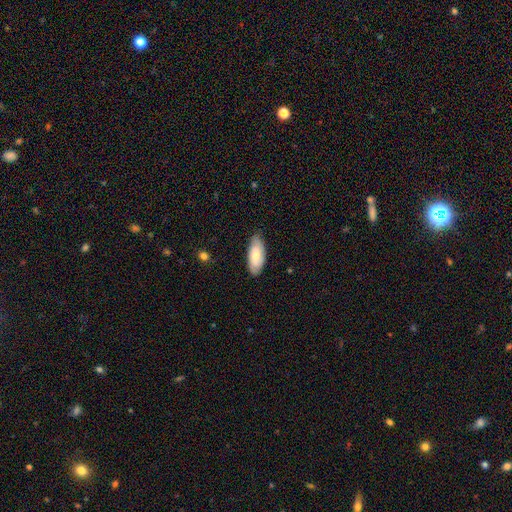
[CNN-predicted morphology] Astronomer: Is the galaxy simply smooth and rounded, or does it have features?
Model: smooth — 64%.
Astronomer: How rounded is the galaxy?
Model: in between — 84%.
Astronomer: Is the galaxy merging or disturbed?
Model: none — 83%.